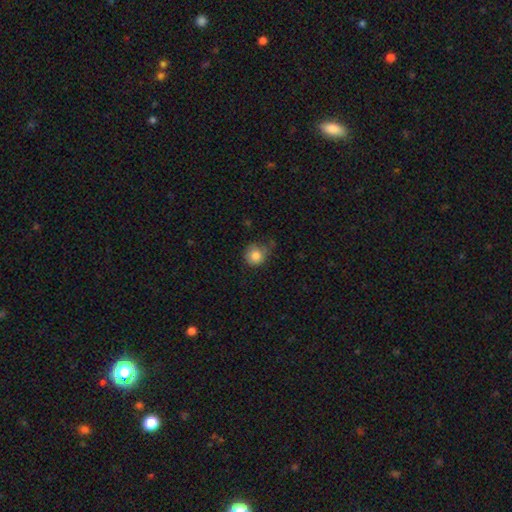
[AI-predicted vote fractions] Overall: smooth (83%). How rounded: round (85%). Merging: none (54%; minor disturbance 32%).